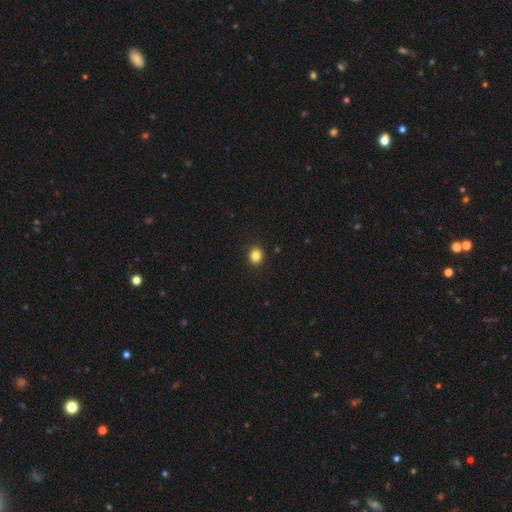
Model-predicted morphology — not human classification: The model was most divided on "how rounded": round: 82%, in between: 17%, cigar-shaped: 1%. More confident: merging — none (92%); smooth or featured — smooth (84%).